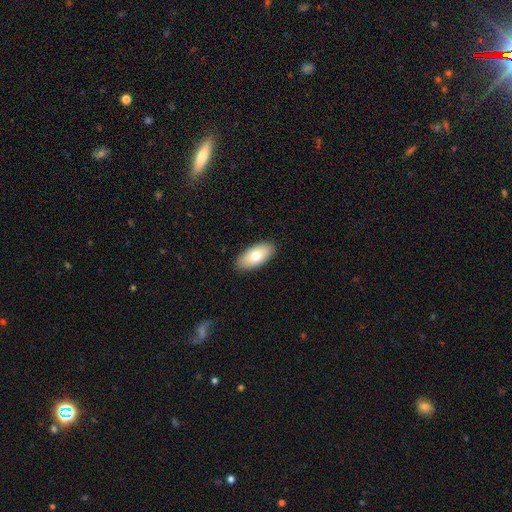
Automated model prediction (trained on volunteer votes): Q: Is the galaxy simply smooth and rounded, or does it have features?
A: smooth — 77%.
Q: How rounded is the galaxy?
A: in between — 93%.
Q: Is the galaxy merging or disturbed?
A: none — 89%.